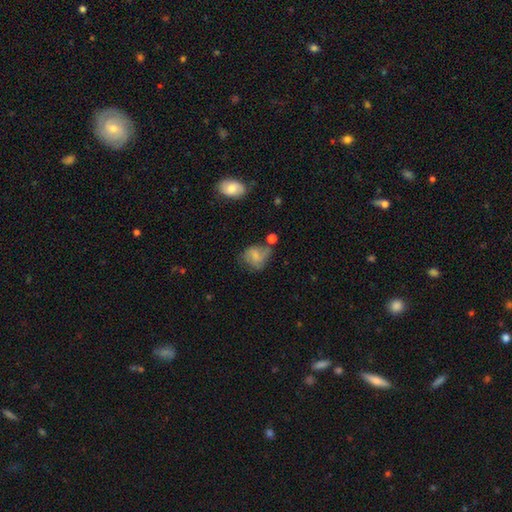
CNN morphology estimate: Q: Smooth or featured?
A: smooth (60%); runner-up: featured or disk (30%)
Q: How rounded?
A: round (52%); runner-up: in between (47%)
Q: Merging?
A: none (42%); runner-up: minor disturbance (29%)